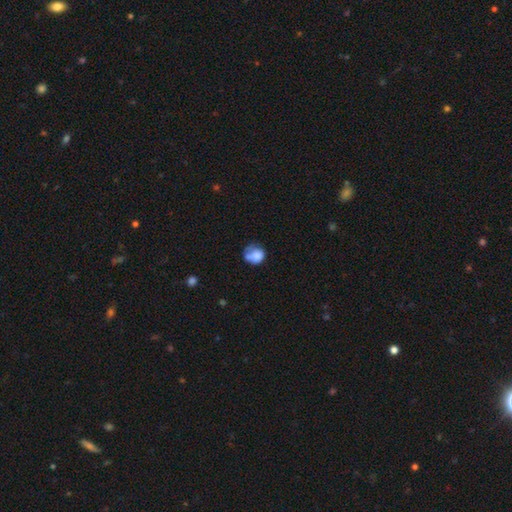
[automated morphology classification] Smooth or featured?
  - smooth: 72% *
  - featured or disk: 19%
  - star or artifact: 9%
How rounded?
  - round: 64% *
  - in between: 35%
  - cigar-shaped: 1%
Merging?
  - none: 37% *
  - minor disturbance: 30%
  - major disturbance: 22%
  - merger: 11%